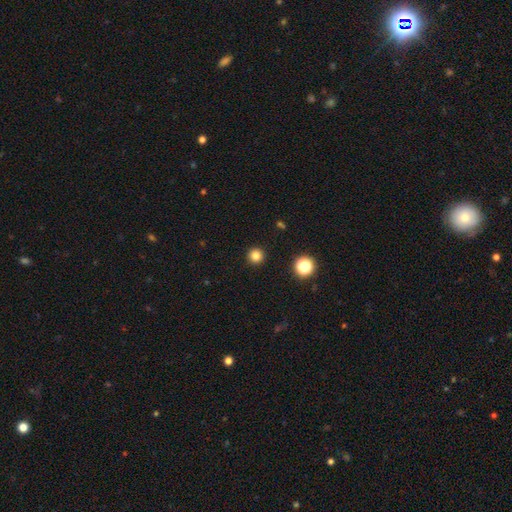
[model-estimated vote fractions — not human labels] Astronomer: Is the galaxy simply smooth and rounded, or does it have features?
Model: smooth — 82%.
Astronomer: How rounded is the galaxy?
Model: round — 96%.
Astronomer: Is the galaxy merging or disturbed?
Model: none — 93%.